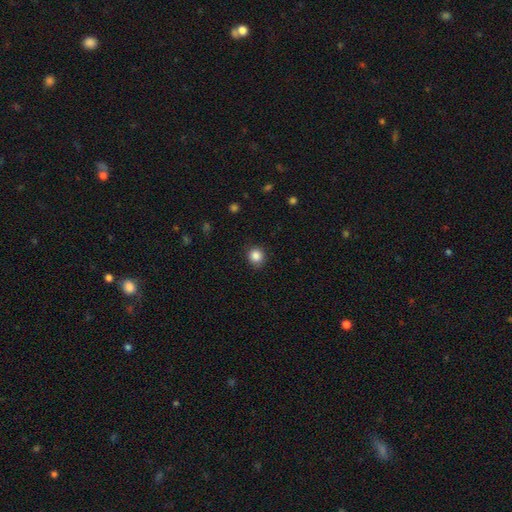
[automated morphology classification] Smooth or featured? smooth (86%)
How rounded? round (87%)
Merging? none (87%)